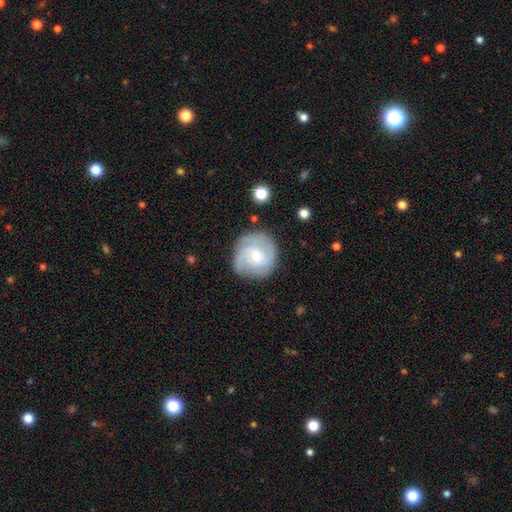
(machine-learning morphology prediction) A featured or disk galaxy (72%) with no bar (50%), 3 (35%) tight (44%) spiral arms (93%) and a small central bulge (56%).

Vote fractions:
- Smooth or featured? featured or disk: 72% / smooth: 22% / star or artifact: 6%
- Edge-on disk? no: 98% / yes: 2%
- Bar? no: 50% / weak: 43% / strong: 7%
- Spiral arms? yes: 93% / no: 7%
- Spiral winding? tight: 44% / medium: 42% / loose: 14%
- Spiral arm count? 3: 35% / 2: 27% / can't tell: 22% / 4: 7% / 1: 5% / more than 4: 4%
- Bulge size? small: 56% / moderate: 39% / large: 2% / none: 2% / dominant: 1%
- Merging? none: 77% / minor disturbance: 15% / major disturbance: 6% / merger: 2%